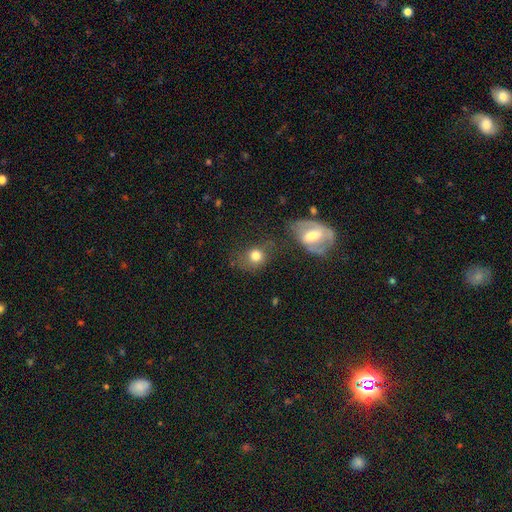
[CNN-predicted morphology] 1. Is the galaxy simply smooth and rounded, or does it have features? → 72% smooth, 17% featured or disk, 11% star or artifact.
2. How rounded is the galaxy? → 65% round, 33% in between, 2% cigar-shaped.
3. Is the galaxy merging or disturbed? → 53% none, 19% minor disturbance, 15% merger, 13% major disturbance.